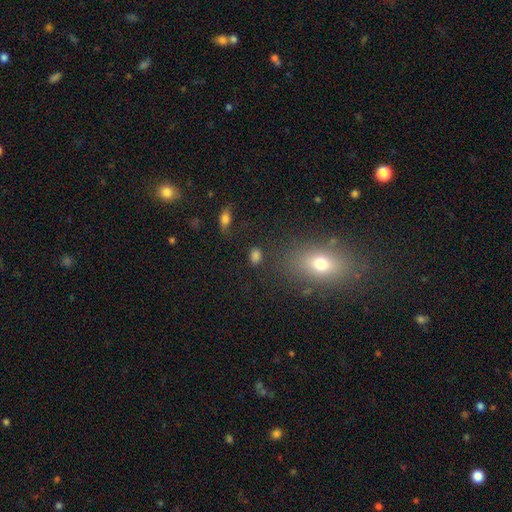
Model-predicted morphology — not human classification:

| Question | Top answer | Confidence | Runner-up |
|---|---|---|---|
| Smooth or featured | smooth | 79% | star or artifact (14%) |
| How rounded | in between | 75% | round (22%) |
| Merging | none | 76% | minor disturbance (13%) |